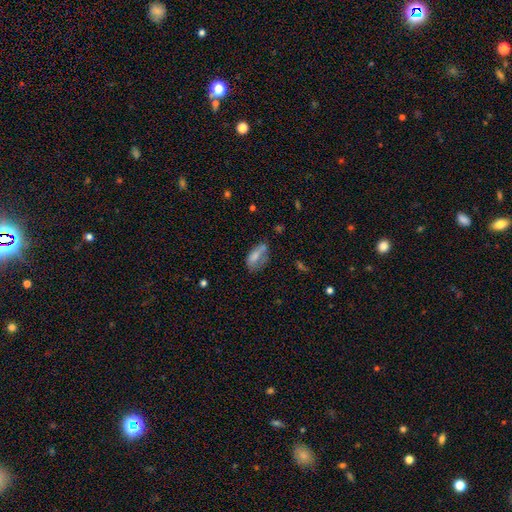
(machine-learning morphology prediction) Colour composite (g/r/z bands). It shows a smooth galaxy with no disk features (69%) that is in between round and cigar-shaped (85%). Merging: none (35%).